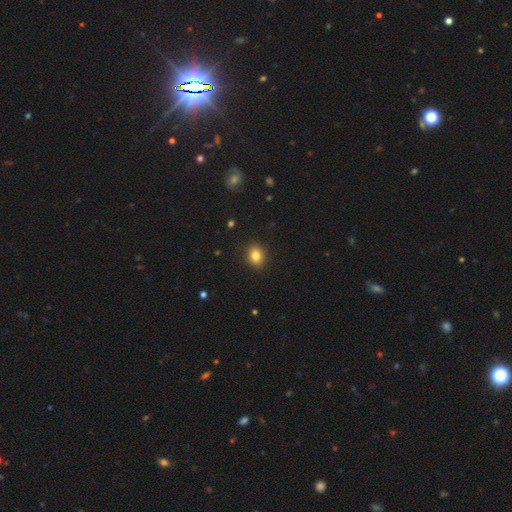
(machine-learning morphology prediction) This is clearly a smooth galaxy (83%). How rounded: possibly round (57%). Merging: clearly none (91%).